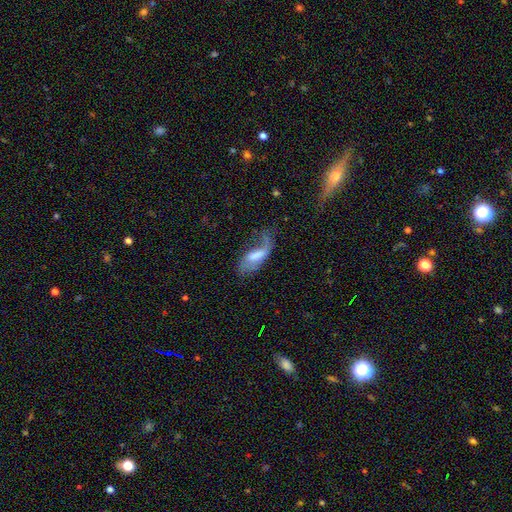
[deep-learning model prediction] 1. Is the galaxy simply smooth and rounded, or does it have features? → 58% featured or disk, 33% smooth, 9% star or artifact.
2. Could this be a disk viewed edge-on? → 89% no, 11% yes.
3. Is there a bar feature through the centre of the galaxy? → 44% weak, 31% no, 25% strong.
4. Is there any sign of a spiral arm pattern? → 79% yes, 21% no.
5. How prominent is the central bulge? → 34% moderate, 24% none, 21% small, 18% large, 3% dominant.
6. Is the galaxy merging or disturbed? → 35% major disturbance, 34% none, 26% minor disturbance, 4% merger.